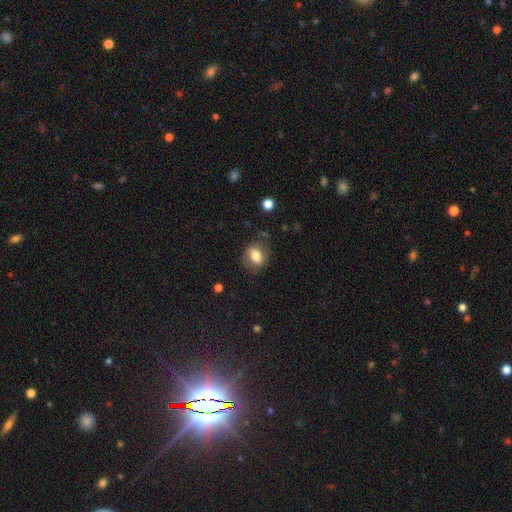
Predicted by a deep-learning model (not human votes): smooth 73%, featured or disk 18%, star or artifact 9%. Down the decision tree: how rounded — in between (51%); merging — none (73%).